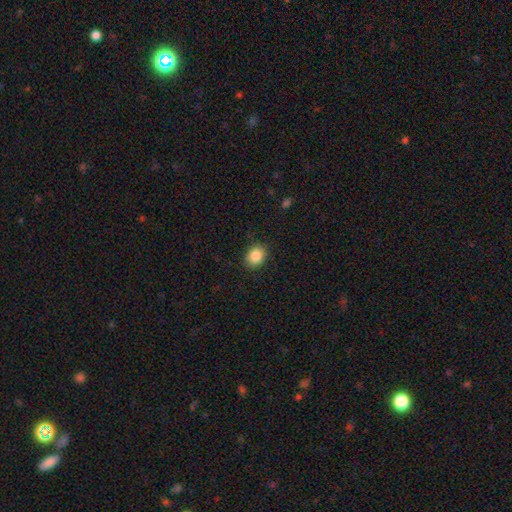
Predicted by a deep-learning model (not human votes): smooth-or-featured: smooth: 86% | star or artifact: 9% | featured or disk: 5%
  how-rounded: in between: 53% | round: 46% | cigar-shaped: 1%
  merging: none: 87% | minor disturbance: 9% | major disturbance: 2% | merger: 1%